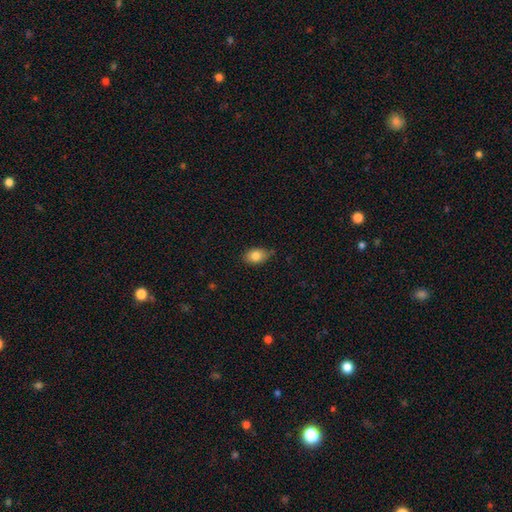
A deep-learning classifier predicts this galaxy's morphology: This is clearly a smooth galaxy (83%). How rounded: clearly in between (83%). Merging: likely none (73%).